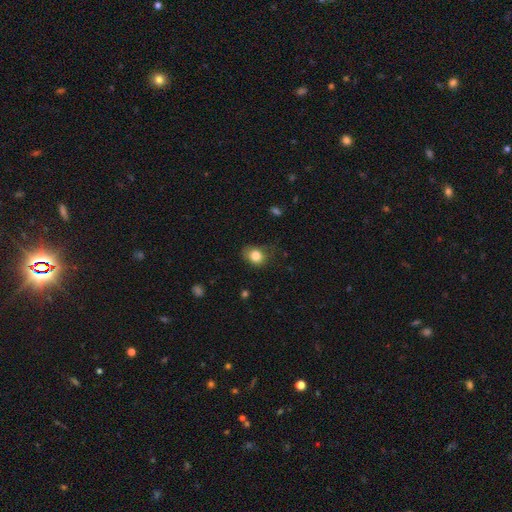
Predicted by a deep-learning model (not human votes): Morphology: type=smooth (81%); roundness=round (52%); merging=none (57%).